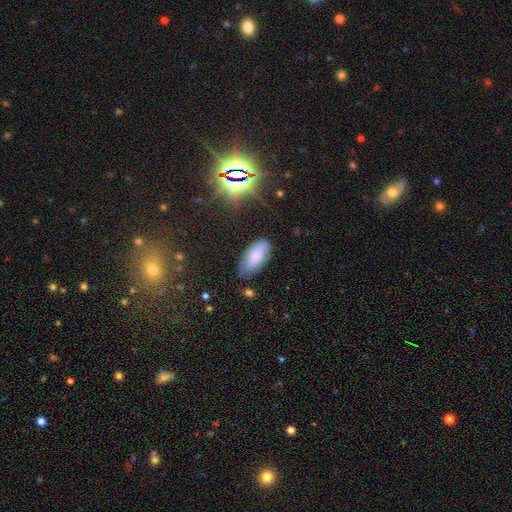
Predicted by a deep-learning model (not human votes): Smooth or featured?
  - smooth: 66% *
  - featured or disk: 24%
  - star or artifact: 10%
How rounded?
  - in between: 92% *
  - cigar-shaped: 5%
  - round: 2%
Merging?
  - none: 71% *
  - minor disturbance: 22%
  - major disturbance: 5%
  - merger: 2%